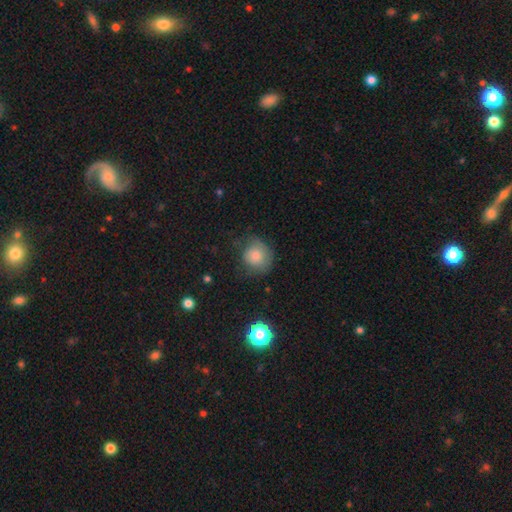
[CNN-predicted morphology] This is likely a smooth galaxy (77%). How rounded: clearly round (81%). Merging: possibly none (55%).